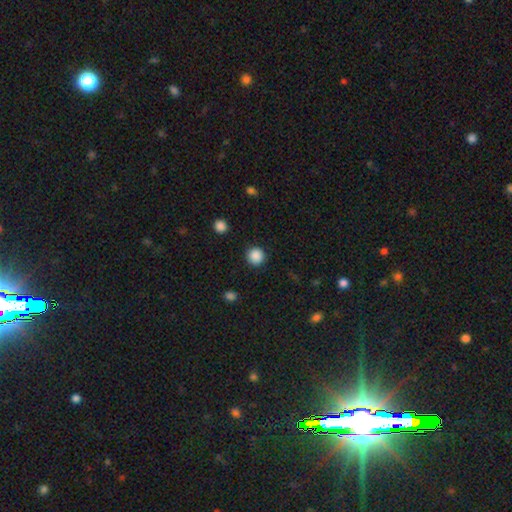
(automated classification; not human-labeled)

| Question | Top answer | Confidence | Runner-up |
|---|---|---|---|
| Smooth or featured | smooth | 88% | star or artifact (10%) |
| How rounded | round | 95% | in between (4%) |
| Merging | none | 91% | minor disturbance (6%) |